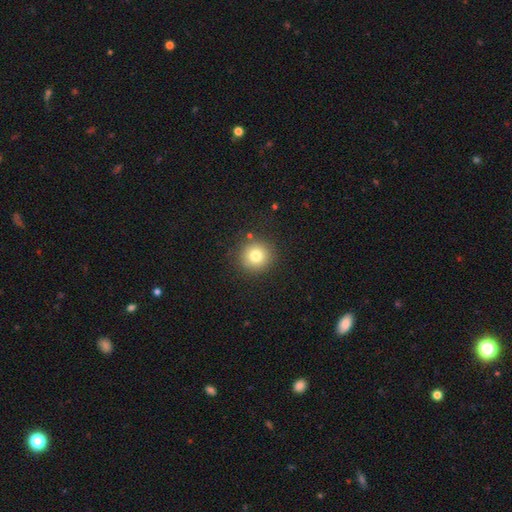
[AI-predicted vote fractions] The model was most divided on "smooth or featured": smooth: 78%, star or artifact: 12%, featured or disk: 10%. More confident: how rounded — round (94%); merging — none (88%).